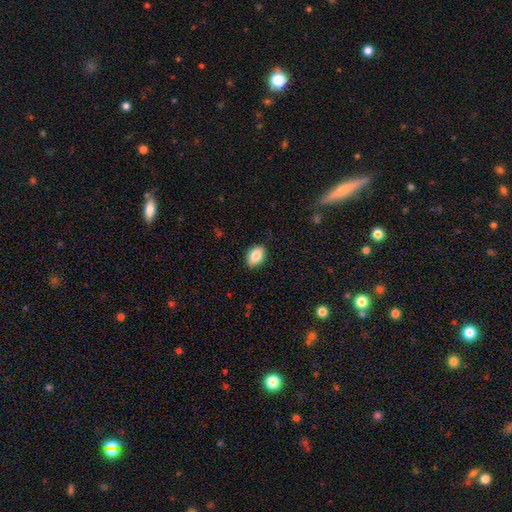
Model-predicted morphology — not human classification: type=smooth (84%); roundness=in between (86%); merging=none (86%).